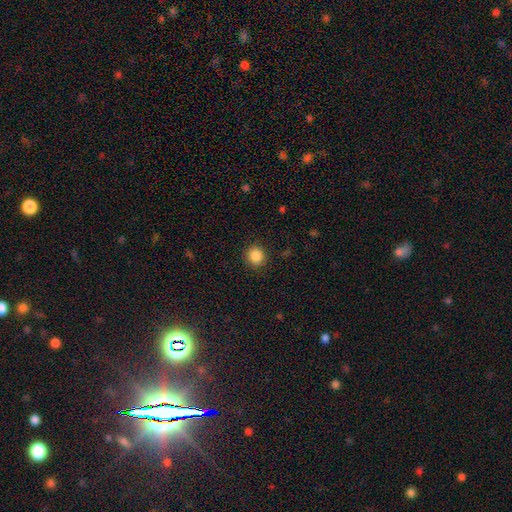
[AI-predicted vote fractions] Overall: smooth (86%). How rounded: round (89%). Merging: none (90%).